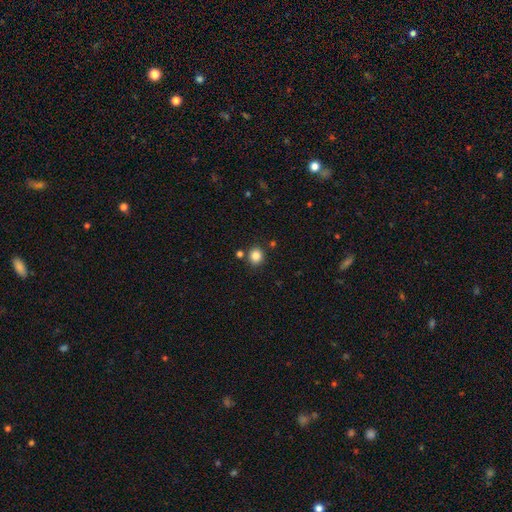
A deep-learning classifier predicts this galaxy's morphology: type=smooth (85%); roundness=round (84%); merging=none (84%).